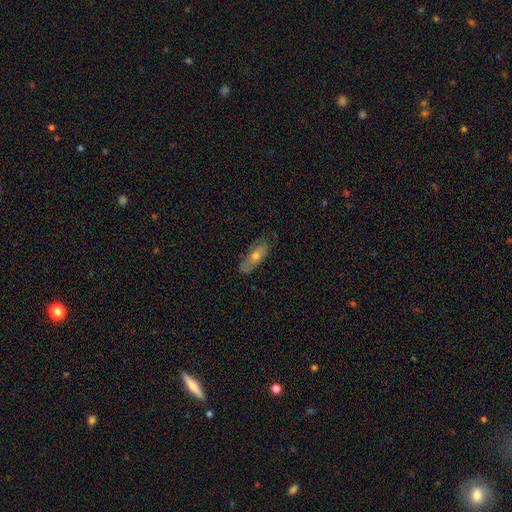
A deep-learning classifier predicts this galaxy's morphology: Smooth or featured? smooth (47%)
Merging? none (74%)